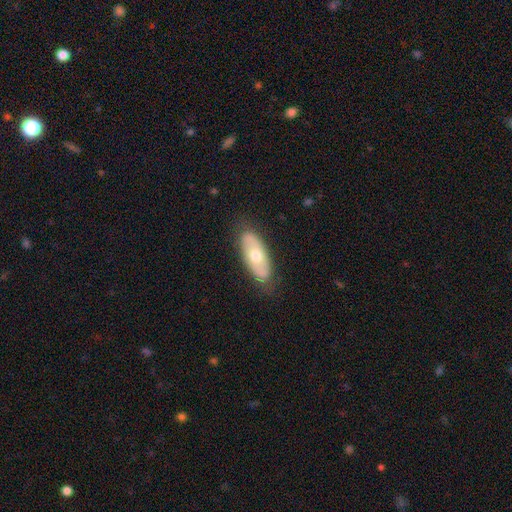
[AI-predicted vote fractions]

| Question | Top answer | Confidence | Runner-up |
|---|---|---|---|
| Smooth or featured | featured or disk | 47% | smooth (45%) |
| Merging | none | 84% | minor disturbance (12%) |